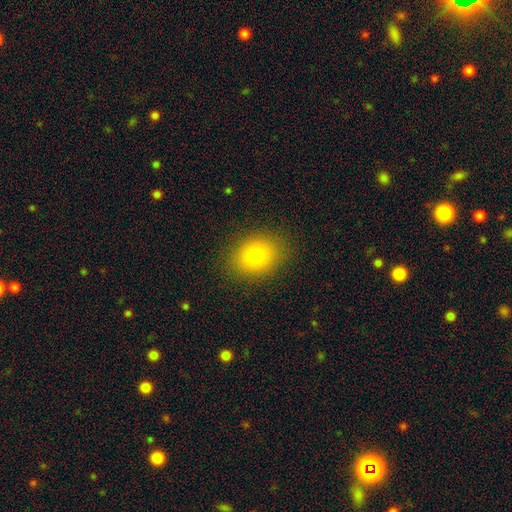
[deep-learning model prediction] Smooth or featured: smooth — 79% (star or artifact — 12%)
How rounded: in between — 50% (round — 49%)
Merging: none — 87% (minor disturbance — 9%)